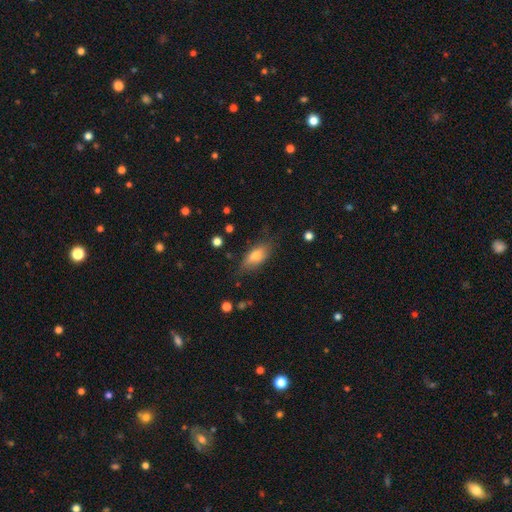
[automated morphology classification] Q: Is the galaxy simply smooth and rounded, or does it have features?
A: smooth — 70%.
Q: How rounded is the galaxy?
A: in between — 80%.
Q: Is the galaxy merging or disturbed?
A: none — 73%.